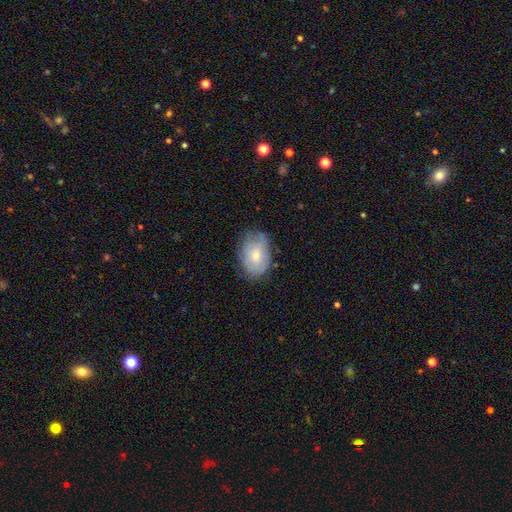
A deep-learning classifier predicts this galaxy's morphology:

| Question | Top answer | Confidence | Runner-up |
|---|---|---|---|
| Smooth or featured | smooth | 63% | featured or disk (30%) |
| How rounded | in between | 81% | round (18%) |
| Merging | none | 62% | minor disturbance (28%) |